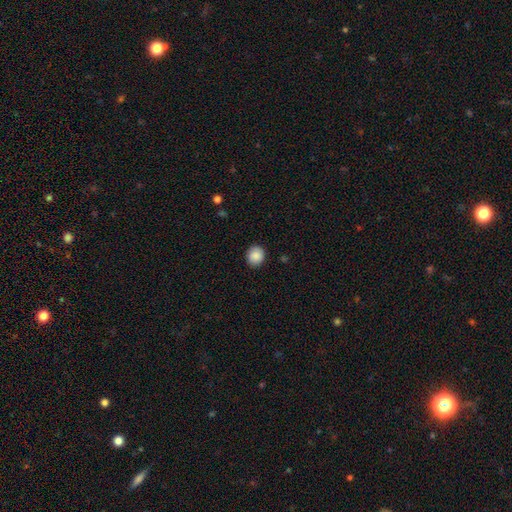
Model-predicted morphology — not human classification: The model was most divided on "how rounded": round: 78%, in between: 21%, cigar-shaped: 1%. More confident: merging — none (90%); smooth or featured — smooth (89%).